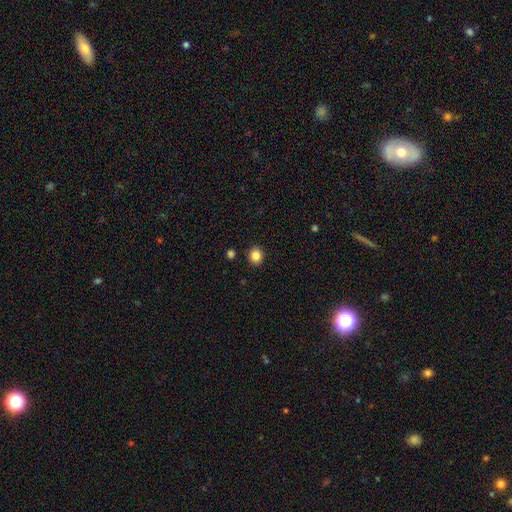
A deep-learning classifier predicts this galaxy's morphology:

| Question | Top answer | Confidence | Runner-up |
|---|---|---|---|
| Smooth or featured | smooth | 85% | star or artifact (11%) |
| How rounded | round | 81% | in between (18%) |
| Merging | none | 90% | minor disturbance (6%) |